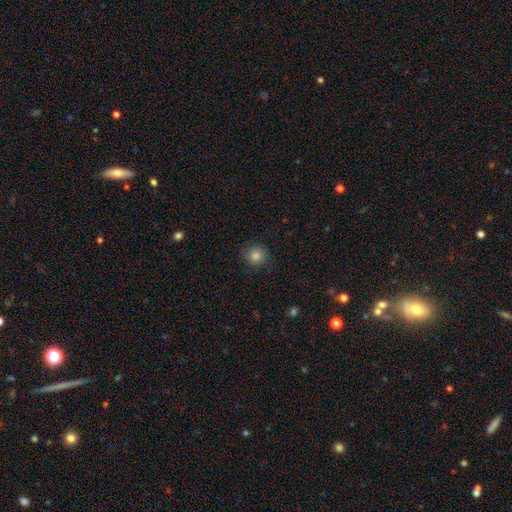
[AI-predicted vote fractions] Smooth or featured: smooth — 82% (star or artifact — 12%)
How rounded: round — 91% (in between — 8%)
Merging: none — 87% (minor disturbance — 9%)